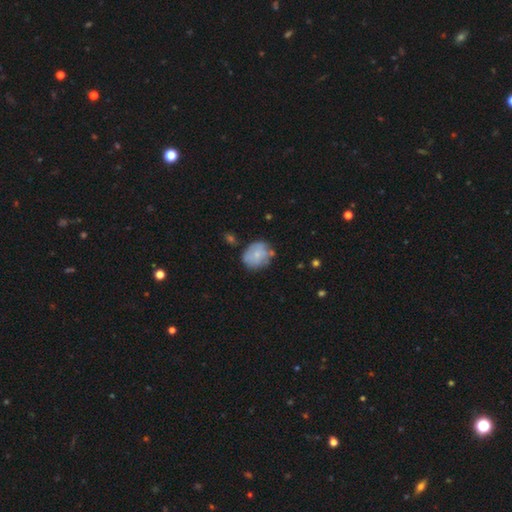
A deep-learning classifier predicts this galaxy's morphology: Q: Smooth or featured?
A: smooth (64%); runner-up: featured or disk (29%)
Q: How rounded?
A: round (62%); runner-up: in between (37%)
Q: Merging?
A: none (59%); runner-up: minor disturbance (26%)